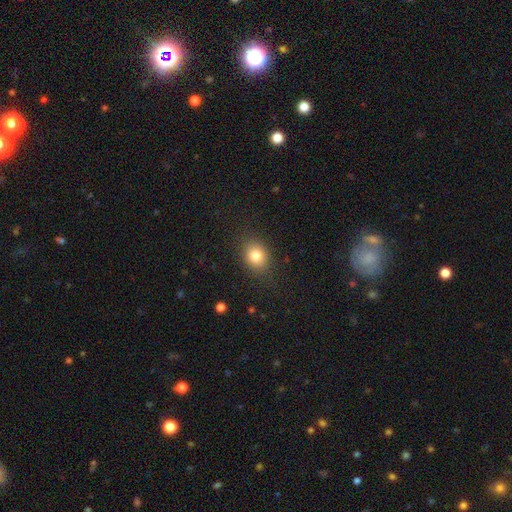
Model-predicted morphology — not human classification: Smooth or featured? Predicted: smooth (p=0.81). How rounded? Predicted: round (p=0.53). Merging? Predicted: none (p=0.83).